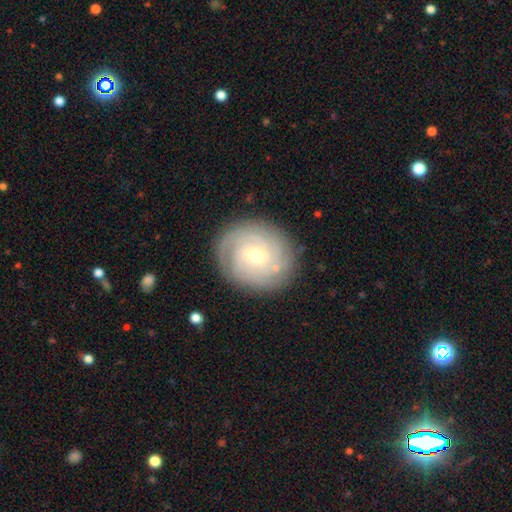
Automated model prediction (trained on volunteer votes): Smooth or featured: featured or disk — 78% (smooth — 16%)
Edge-on disk: no — 97% (yes — 3%)
Bar: weak — 50% (no — 39%)
Spiral arms: yes — 93% (no — 7%)
Spiral winding: tight — 75% (medium — 20%)
Spiral arm count: can't tell — 34% (3 — 22%)
Bulge size: small — 49% (moderate — 48%)
Merging: none — 84% (minor disturbance — 11%)